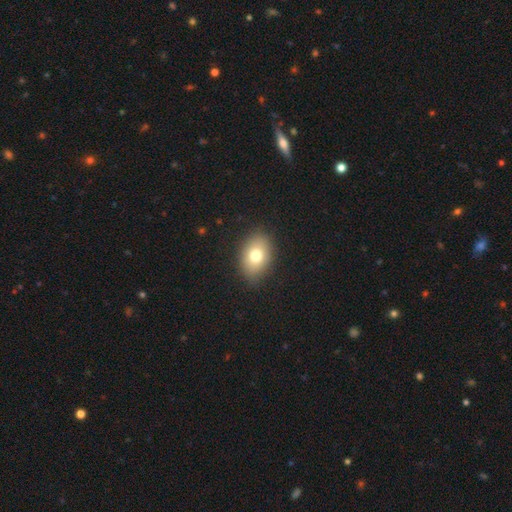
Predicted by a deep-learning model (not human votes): This is likely a smooth galaxy (77%). How rounded: clearly in between (80%). Merging: clearly none (86%).